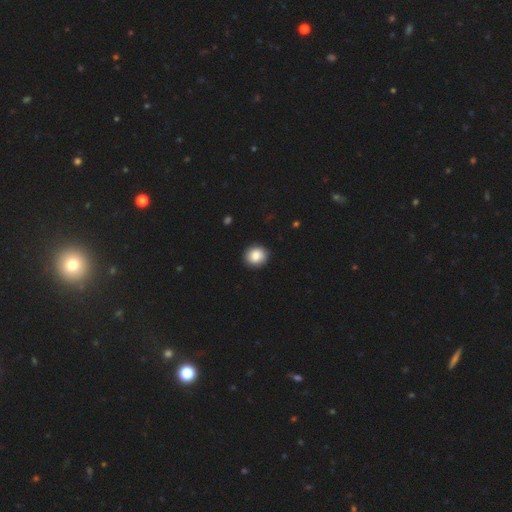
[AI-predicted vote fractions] This appears to be a smooth galaxy with no disk features (86%) that is round (83%). Merging: none (91%).